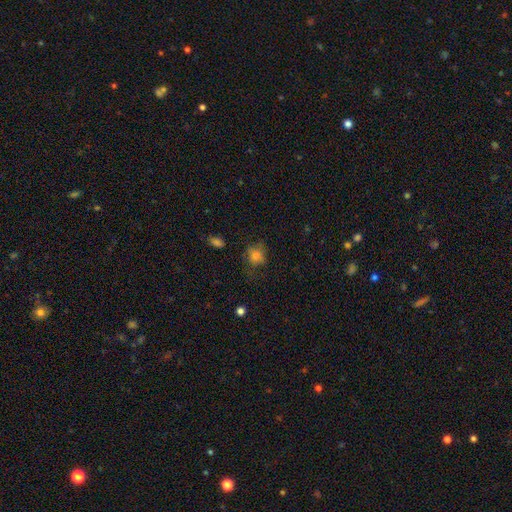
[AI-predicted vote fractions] The model was most divided on "merging": none: 59%, minor disturbance: 25%, major disturbance: 13%, merger: 2%. More confident: smooth or featured — smooth (76%); how rounded — round (71%).